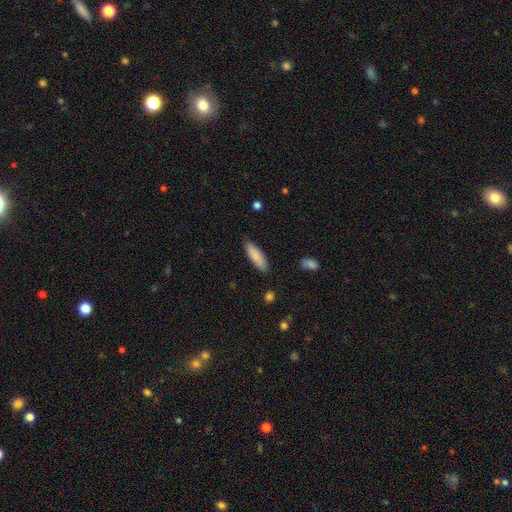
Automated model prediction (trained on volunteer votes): Smooth or featured? smooth (86%)
How rounded? cigar-shaped (57%)
Merging? none (86%)